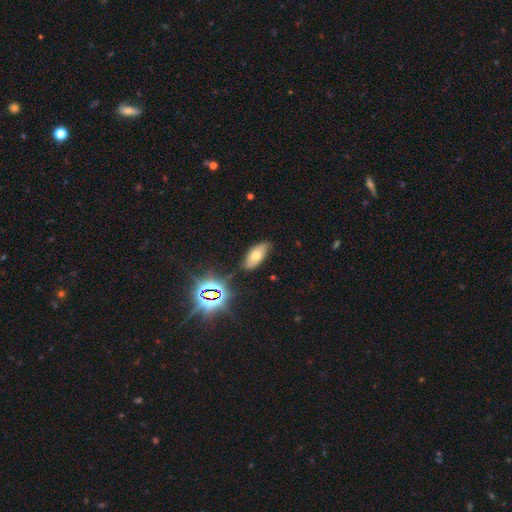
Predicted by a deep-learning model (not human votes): The model was most divided on "smooth or featured": smooth: 51%, star or artifact: 28%, featured or disk: 21%. More confident: how rounded — in between (88%); merging — none (81%).